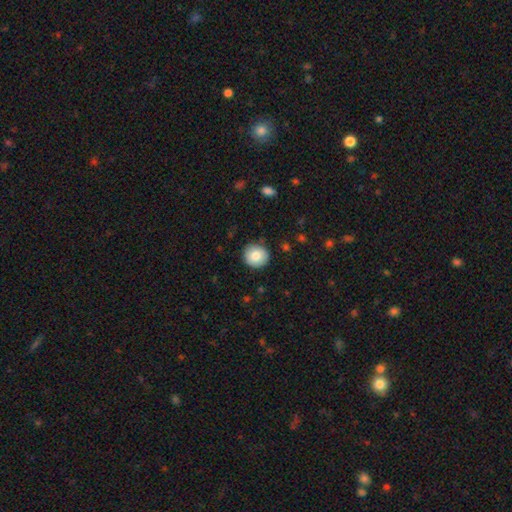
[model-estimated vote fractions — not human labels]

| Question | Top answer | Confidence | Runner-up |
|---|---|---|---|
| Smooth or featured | smooth | 83% | featured or disk (9%) |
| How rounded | round | 90% | in between (9%) |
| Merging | none | 88% | minor disturbance (8%) |